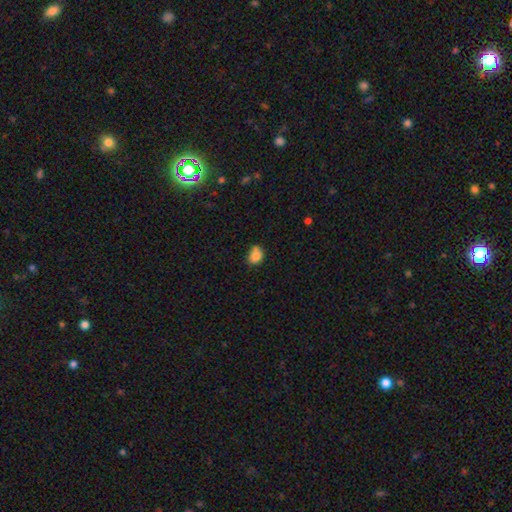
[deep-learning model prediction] Smooth or featured? smooth (82%)
How rounded? in between (57%)
Merging? none (56%)